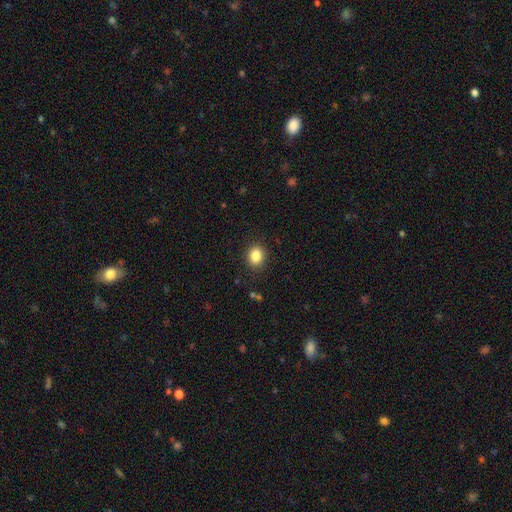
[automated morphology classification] Smooth or featured? smooth (85%)
How rounded? in between (52%)
Merging? none (88%)